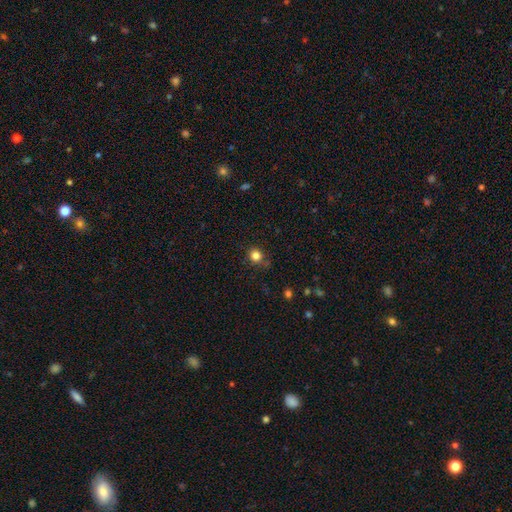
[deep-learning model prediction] smooth_or_featured: smooth (p=0.83) [alt: star or artifact p=0.13]
how_rounded: round (p=0.85) [alt: in between p=0.14]
merging: none (p=0.80) [alt: minor disturbance p=0.14]